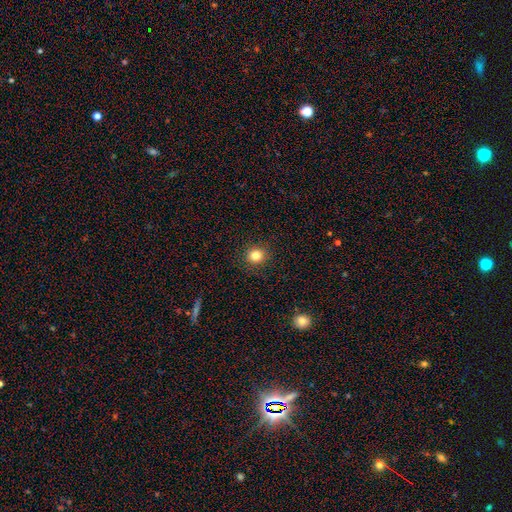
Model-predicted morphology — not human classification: A smooth galaxy with no disk features (82%) that is round (88%).

Vote fractions:
- Smooth or featured? smooth: 82% / star or artifact: 12% / featured or disk: 5%
- How rounded? round: 88% / in between: 11% / cigar-shaped: 1%
- Merging? none: 91% / minor disturbance: 6% / major disturbance: 2% / merger: 1%